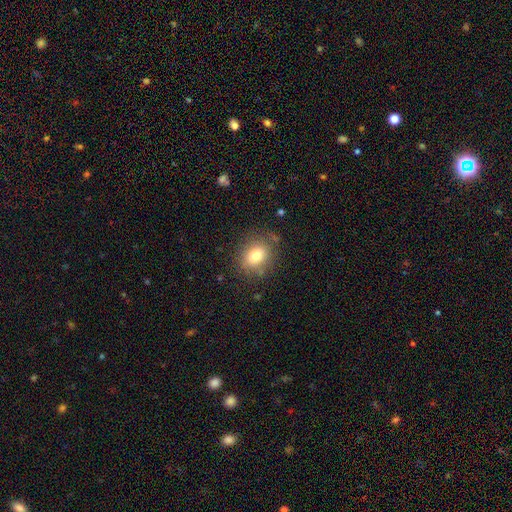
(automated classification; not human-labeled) This appears to be a smooth galaxy with no disk features (79%) that is round (50%). Merging: none (79%).